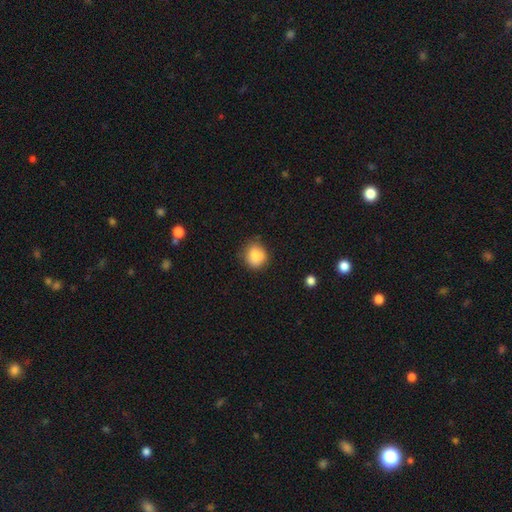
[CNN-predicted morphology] Overall: smooth (86%). How rounded: round (78%). Merging: none (74%).